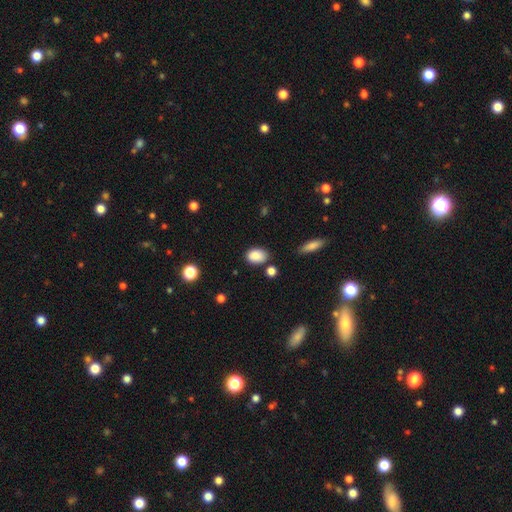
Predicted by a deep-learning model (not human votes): Smooth or featured? smooth (87%)
How rounded? in between (84%)
Merging? none (76%)